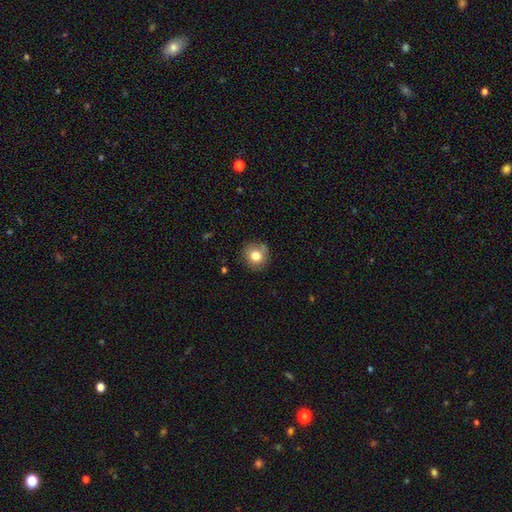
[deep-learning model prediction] This is likely a smooth galaxy (79%). How rounded: clearly round (90%). Merging: clearly none (82%).